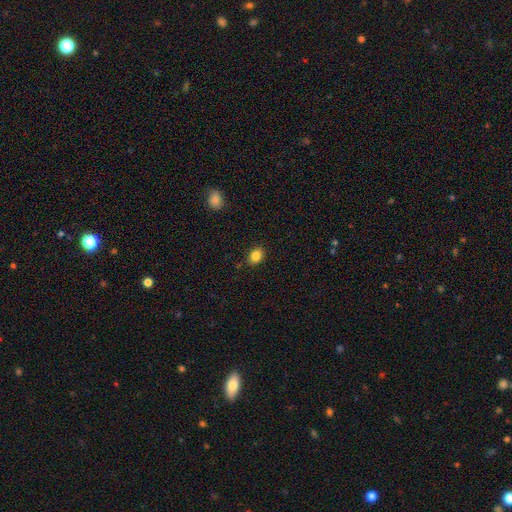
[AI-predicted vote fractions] The model was most divided on "how rounded": in between: 50%, round: 49%, cigar-shaped: 1%. More confident: merging — none (87%); smooth or featured — smooth (84%).